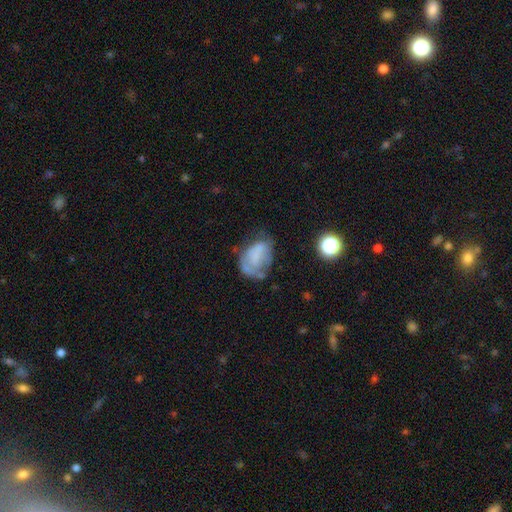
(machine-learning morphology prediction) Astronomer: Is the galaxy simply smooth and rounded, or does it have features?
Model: smooth — 48% (runner-up: featured or disk, 40%).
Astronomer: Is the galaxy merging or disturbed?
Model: none — 38% (runner-up: minor disturbance, 30%).